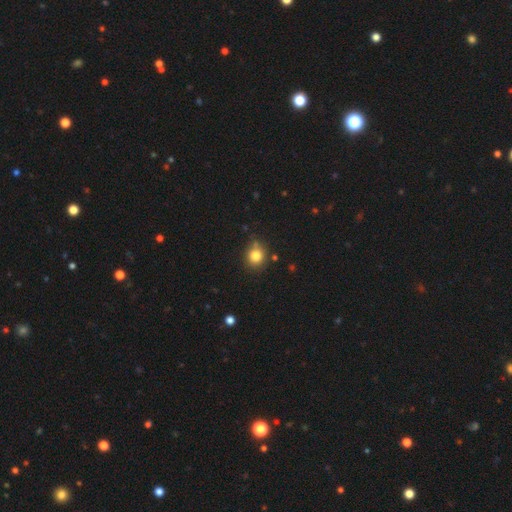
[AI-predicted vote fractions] Smooth or featured? Predicted: smooth (p=0.82). How rounded? Predicted: round (p=0.80). Merging? Predicted: none (p=0.75).